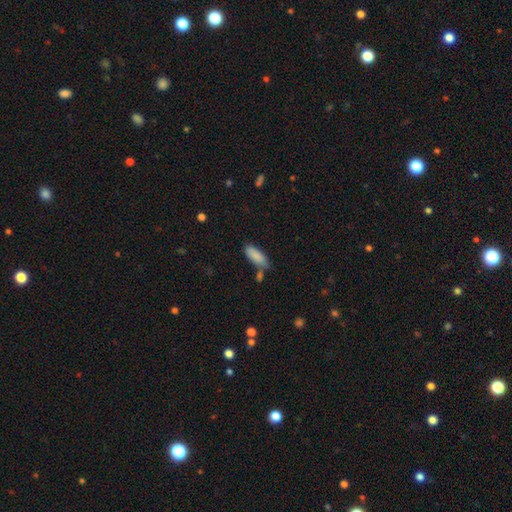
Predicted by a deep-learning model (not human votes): Smooth or featured? smooth (87%)
How rounded? in between (69%)
Merging? none (62%)